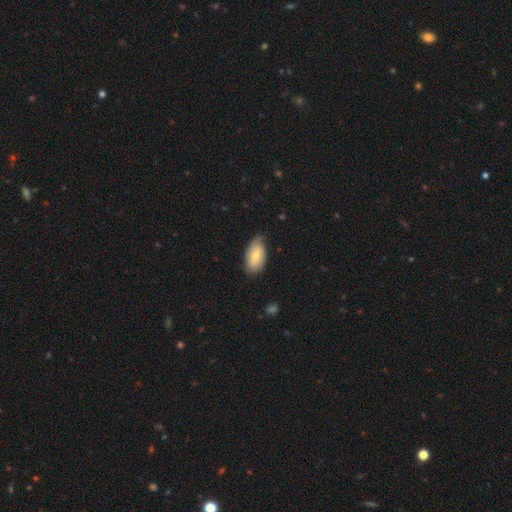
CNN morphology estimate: Smooth or featured? smooth (68%)
How rounded? in between (93%)
Merging? none (59%)